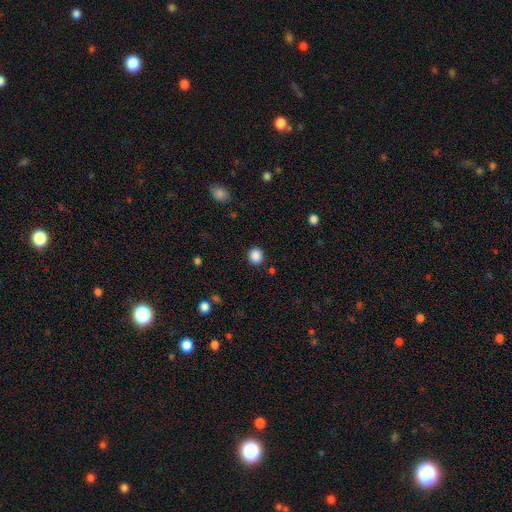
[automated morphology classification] Smooth or featured? Predicted: smooth (p=0.87). How rounded? Predicted: round (p=0.80). Merging? Predicted: none (p=0.89).